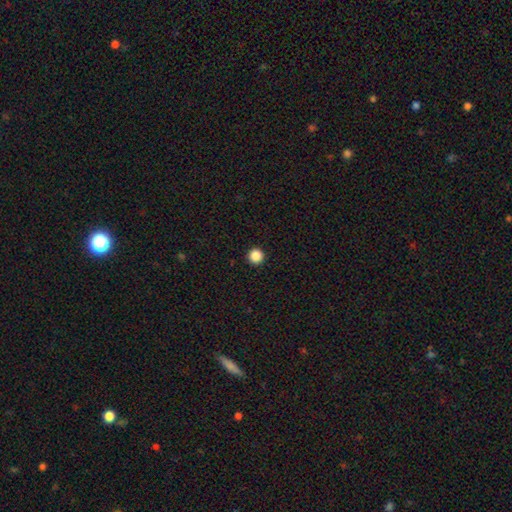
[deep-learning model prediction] smooth_or_featured: smooth (p=0.87) [alt: star or artifact p=0.10]
how_rounded: round (p=0.97) [alt: in between p=0.02]
merging: none (p=0.94) [alt: minor disturbance p=0.03]